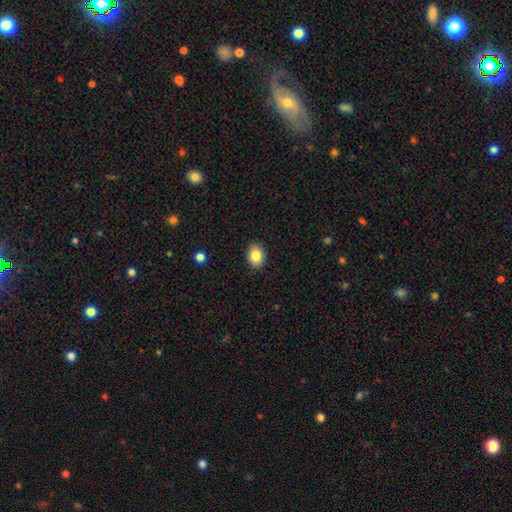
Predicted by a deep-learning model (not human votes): Smooth or featured? smooth (85%)
How rounded? in between (64%)
Merging? none (89%)